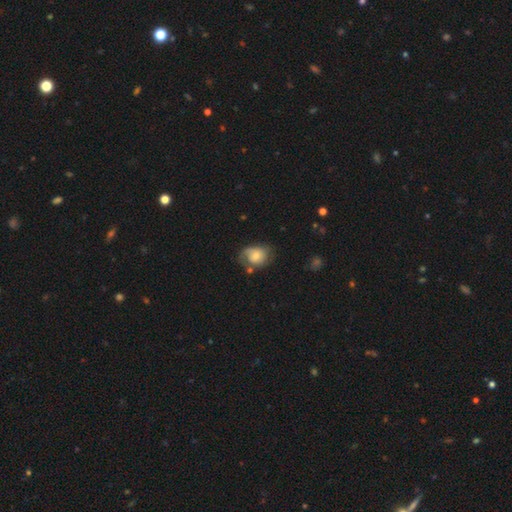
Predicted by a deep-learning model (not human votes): smooth 49%, featured or disk 43%, star or artifact 8%. Down the decision tree: merging — none (47%).